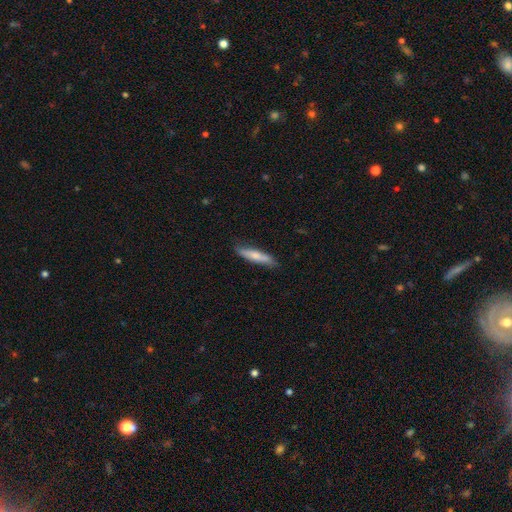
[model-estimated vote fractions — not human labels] This is likely a smooth galaxy (69%). How rounded: clearly cigar-shaped (83%). Merging: clearly none (80%).